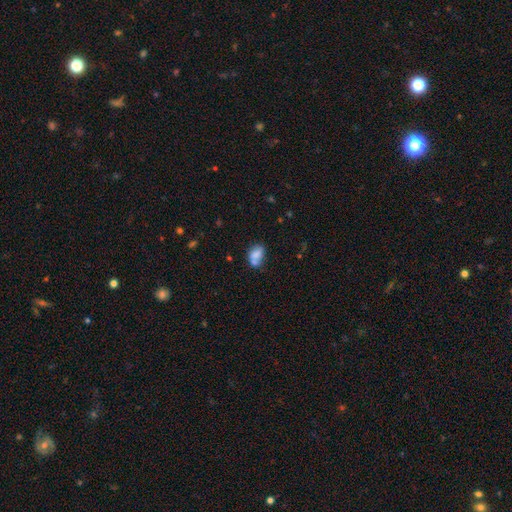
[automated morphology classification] The model was most divided on "merging": merger: 37%, none: 35%, minor disturbance: 19%, major disturbance: 9%. More confident: how rounded — in between (77%); smooth or featured — smooth (72%).